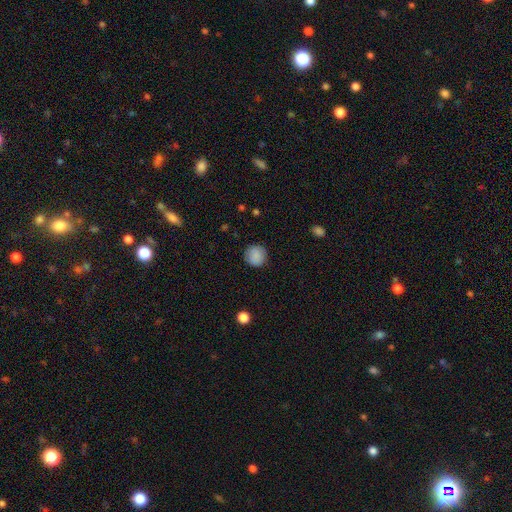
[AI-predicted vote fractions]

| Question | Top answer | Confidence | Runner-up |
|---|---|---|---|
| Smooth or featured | smooth | 87% | star or artifact (8%) |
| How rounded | round | 92% | in between (7%) |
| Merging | none | 88% | minor disturbance (9%) |